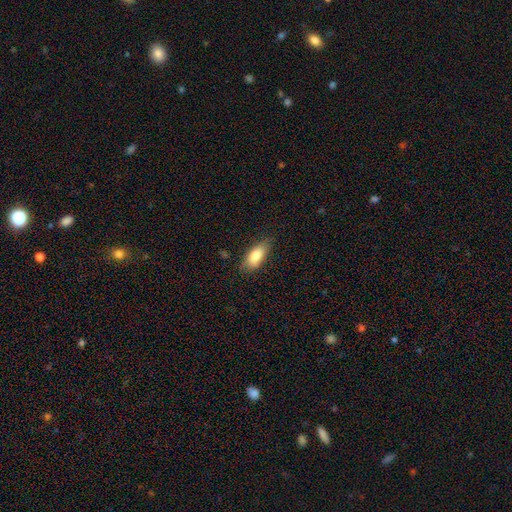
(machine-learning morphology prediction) A smooth galaxy with no disk features (80%) that is in between round and cigar-shaped (83%). Merging: none (74%).